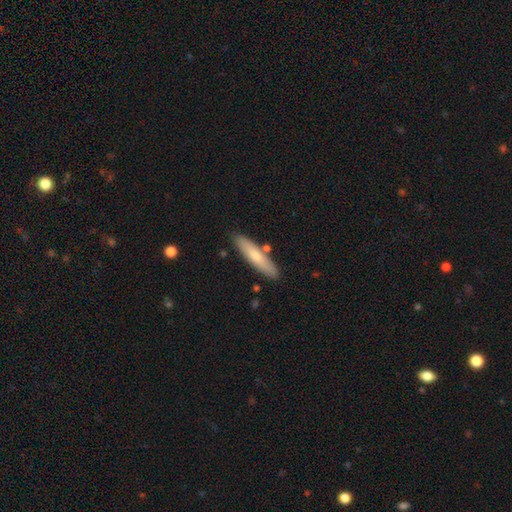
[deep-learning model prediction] Morphology: type=smooth (68%); roundness=cigar-shaped (82%); merging=none (84%).